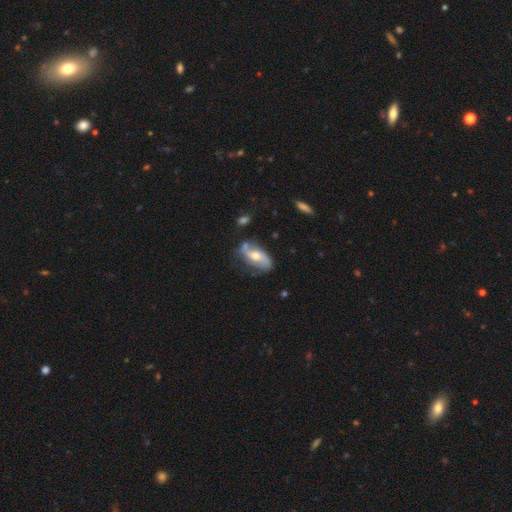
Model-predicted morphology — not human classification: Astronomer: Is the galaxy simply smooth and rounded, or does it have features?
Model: featured or disk — 59% (runner-up: smooth, 35%).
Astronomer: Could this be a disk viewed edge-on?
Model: no — 89%.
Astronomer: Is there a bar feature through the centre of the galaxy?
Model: no — 55% (runner-up: weak, 31%).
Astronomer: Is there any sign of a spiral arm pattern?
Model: yes — 75%.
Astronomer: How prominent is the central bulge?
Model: moderate — 66%.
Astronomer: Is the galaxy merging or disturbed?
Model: none — 55%.